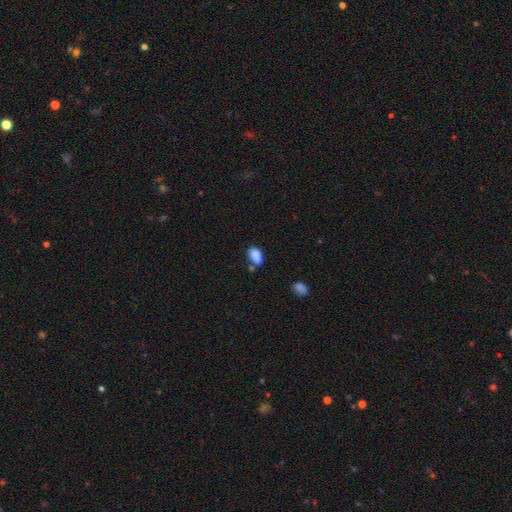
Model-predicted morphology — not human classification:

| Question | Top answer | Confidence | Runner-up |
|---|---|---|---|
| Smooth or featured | smooth | 85% | star or artifact (9%) |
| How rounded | in between | 90% | round (8%) |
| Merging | none | 55% | minor disturbance (22%) |